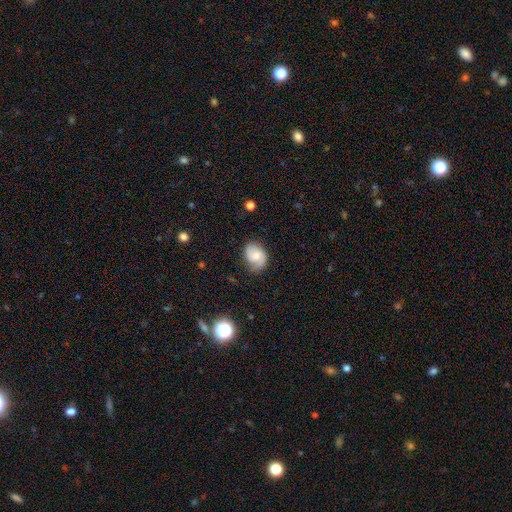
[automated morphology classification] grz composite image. It shows a featured or disk galaxy (51%). Merging: none (66%).